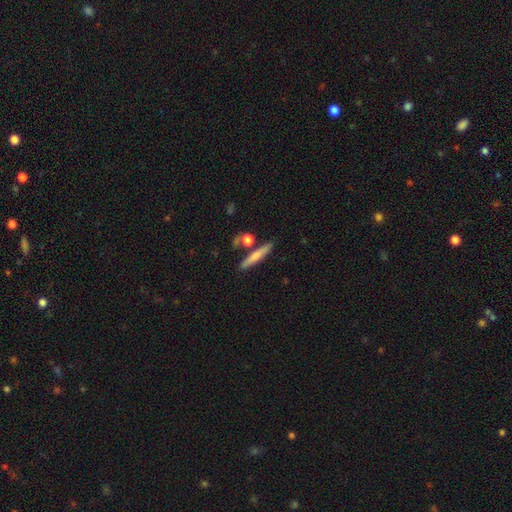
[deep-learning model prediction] smooth 65%, featured or disk 28%, star or artifact 6%. Down the decision tree: how rounded — cigar-shaped (87%); merging — none (77%).